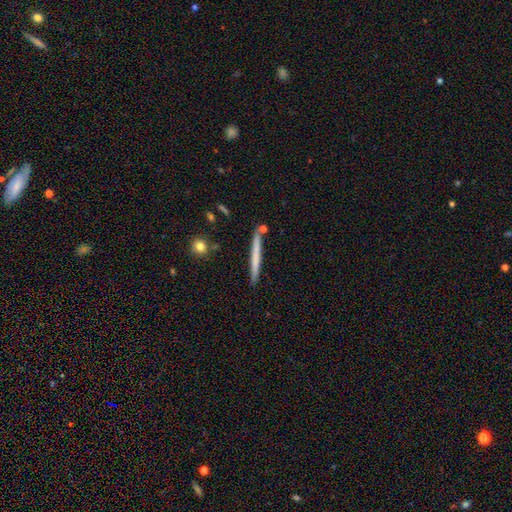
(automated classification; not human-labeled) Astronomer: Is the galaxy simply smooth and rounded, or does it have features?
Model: smooth — 57% (runner-up: featured or disk, 37%).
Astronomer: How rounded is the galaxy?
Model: cigar-shaped — 97%.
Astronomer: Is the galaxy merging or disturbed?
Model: none — 87%.